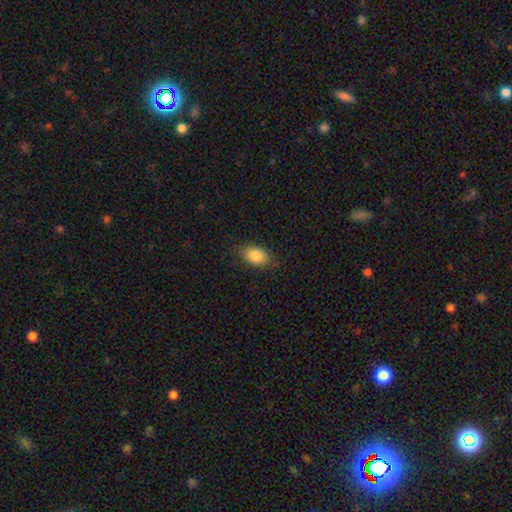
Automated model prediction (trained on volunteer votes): Q: Smooth or featured?
A: smooth (85%); runner-up: star or artifact (8%)
Q: How rounded?
A: in between (86%); runner-up: round (12%)
Q: Merging?
A: none (83%); runner-up: minor disturbance (13%)